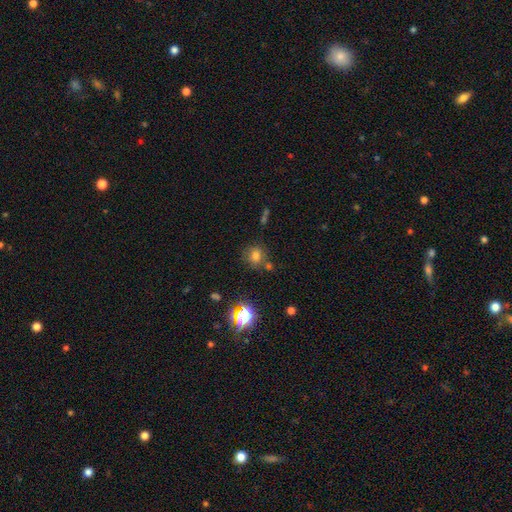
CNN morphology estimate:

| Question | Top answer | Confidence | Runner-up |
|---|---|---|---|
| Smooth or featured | smooth | 70% | star or artifact (21%) |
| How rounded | round | 75% | in between (24%) |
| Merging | none | 70% | minor disturbance (13%) |